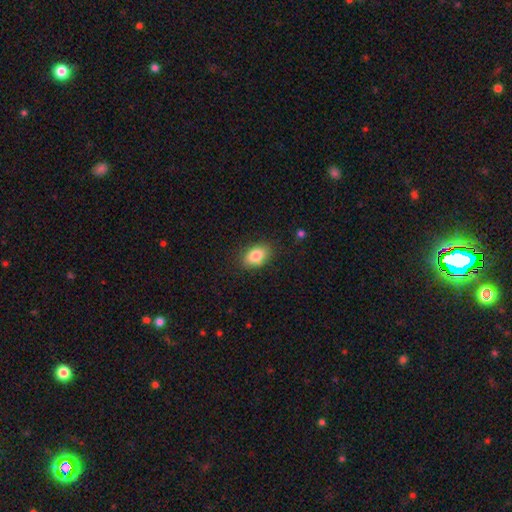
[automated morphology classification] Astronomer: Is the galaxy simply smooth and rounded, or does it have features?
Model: smooth — 83%.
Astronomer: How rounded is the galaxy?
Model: in between — 87%.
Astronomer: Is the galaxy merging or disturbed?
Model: none — 84%.